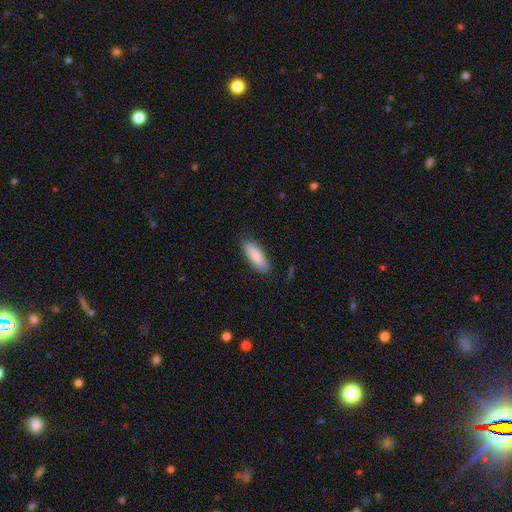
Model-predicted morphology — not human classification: The model was most divided on "how rounded": in between: 61%, cigar-shaped: 38%, round: 2%. More confident: smooth or featured — smooth (87%); merging — none (84%).